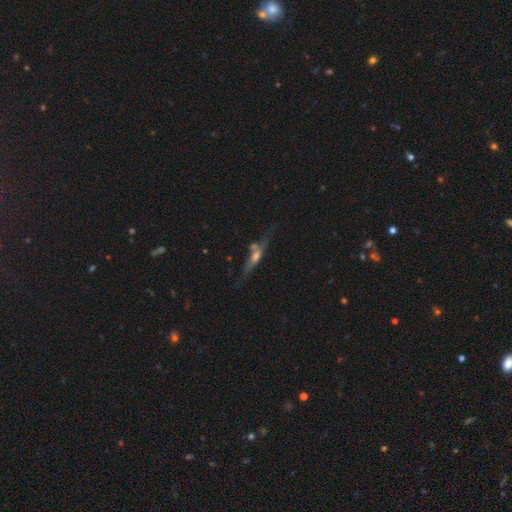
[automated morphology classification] Smooth or featured: featured or disk — 64% (smooth — 27%)
Edge-on disk: yes — 88% (no — 12%)
Edge-on bulge: rounded — 82% (none — 10%)
Merging: none — 63% (minor disturbance — 17%)